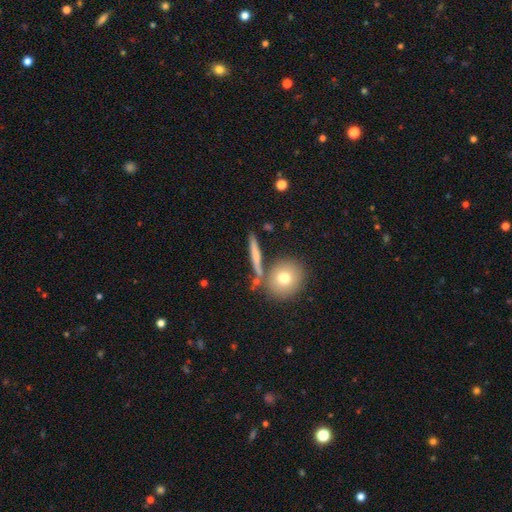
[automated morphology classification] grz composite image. It shows a smooth galaxy with no disk features (56%) that is cigar-shaped (73%). Merging: none (79%).